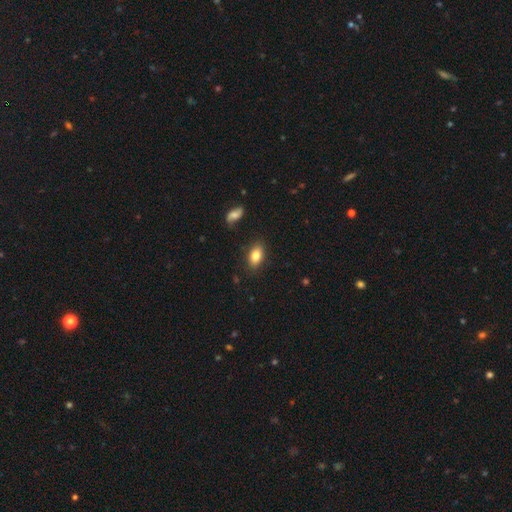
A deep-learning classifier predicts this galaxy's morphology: Smooth or featured? Predicted: smooth (p=0.82). How rounded? Predicted: in between (p=0.88). Merging? Predicted: none (p=0.85).